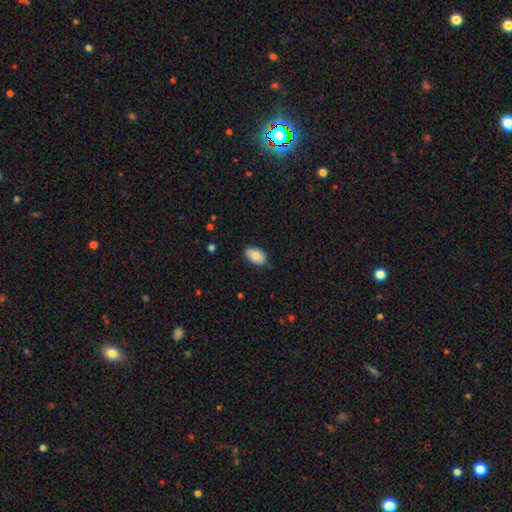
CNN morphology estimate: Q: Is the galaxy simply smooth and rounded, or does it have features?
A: smooth — 82%.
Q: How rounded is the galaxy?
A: in between — 93%.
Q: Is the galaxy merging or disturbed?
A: none — 78%.